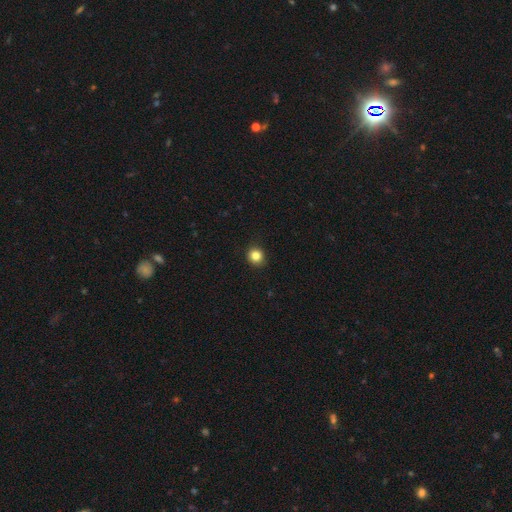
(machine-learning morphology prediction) The model was most divided on "smooth or featured": smooth: 84%, star or artifact: 11%, featured or disk: 5%. More confident: merging — none (90%); how rounded — round (89%).